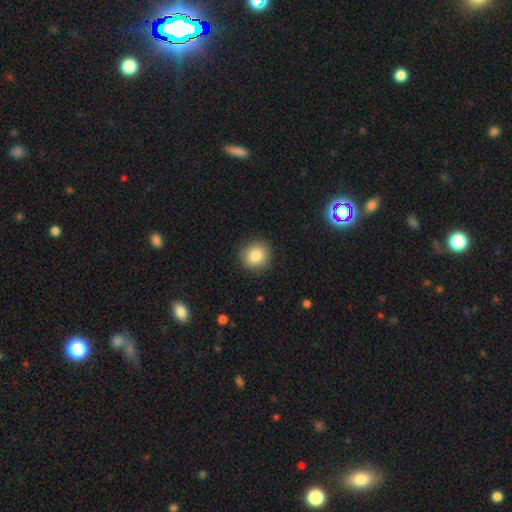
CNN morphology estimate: Overall: smooth (84%). How rounded: round (89%). Merging: none (89%).